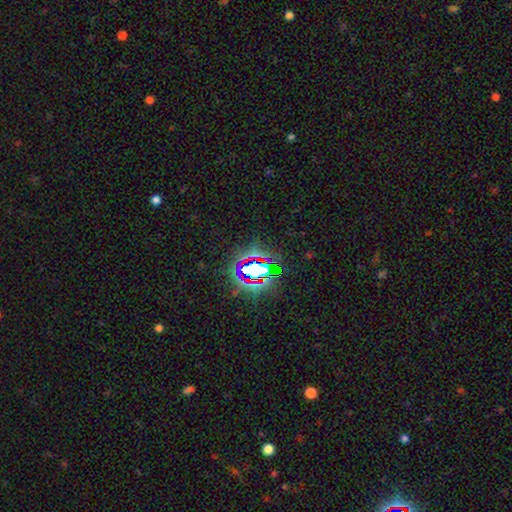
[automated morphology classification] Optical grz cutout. It shows a star or artifact, not a galaxy (81%).